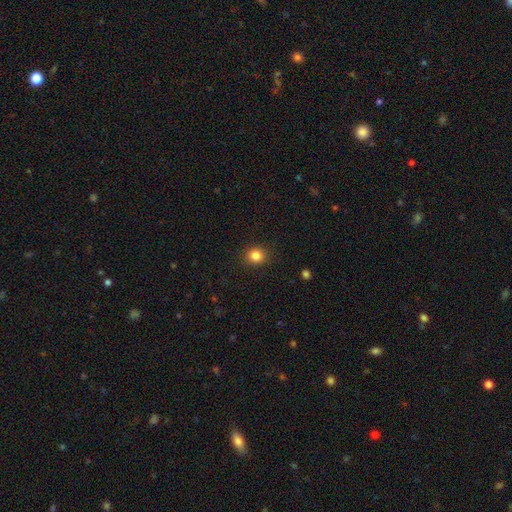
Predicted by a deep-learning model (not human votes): Smooth or featured: smooth — 84% (star or artifact — 12%)
How rounded: round — 83% (in between — 16%)
Merging: none — 90% (minor disturbance — 7%)